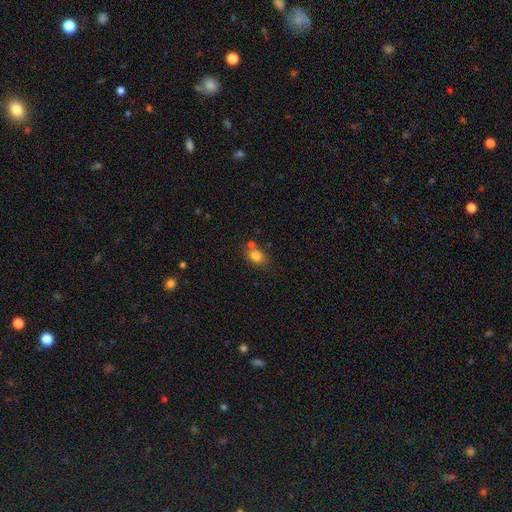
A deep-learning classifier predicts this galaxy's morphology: smooth 79%, star or artifact 11%, featured or disk 10%. Down the decision tree: how rounded — in between (63%); merging — none (60%).